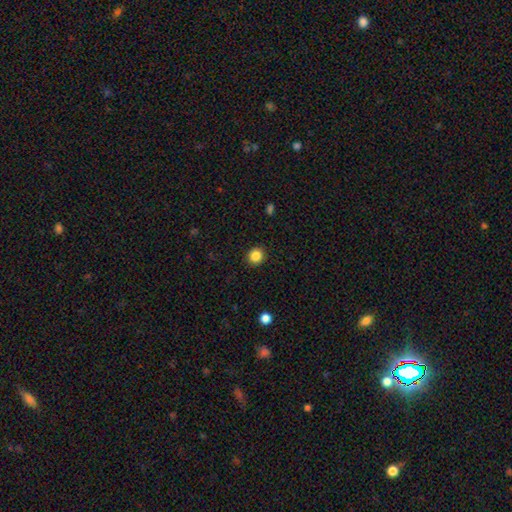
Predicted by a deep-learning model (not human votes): This appears to be a smooth galaxy with no disk features (85%) that is round (87%). Merging: none (92%).